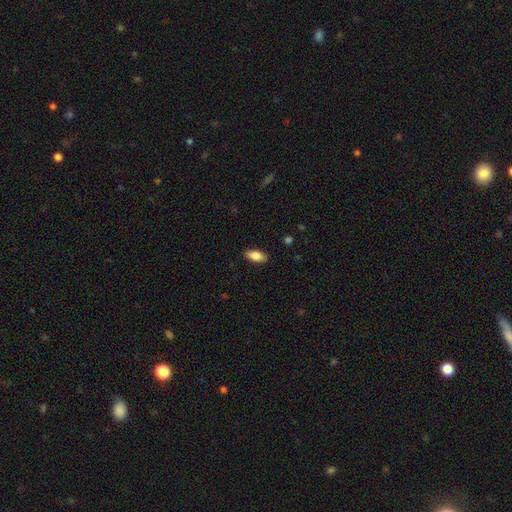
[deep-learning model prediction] Overall: smooth (84%). How rounded: in between (88%). Merging: none (88%).